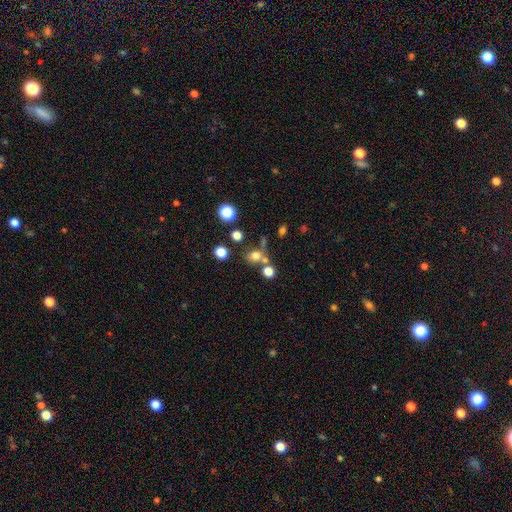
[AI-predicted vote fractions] Smooth or featured?
  - smooth: 70% *
  - star or artifact: 19%
  - featured or disk: 11%
How rounded?
  - round: 71% *
  - in between: 28%
  - cigar-shaped: 1%
Merging?
  - none: 57% *
  - merger: 26%
  - minor disturbance: 11%
  - major disturbance: 6%